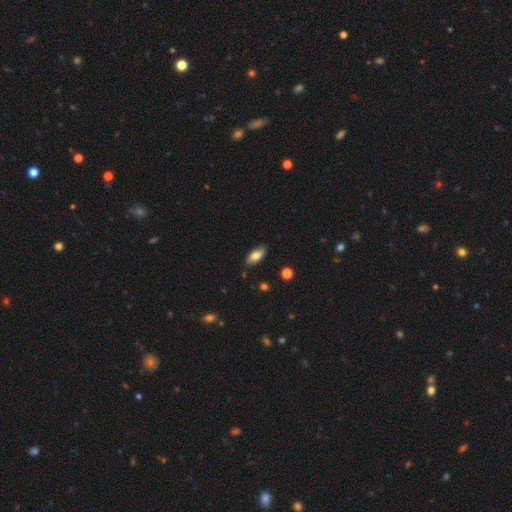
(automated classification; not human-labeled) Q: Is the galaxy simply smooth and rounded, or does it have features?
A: smooth — 78%.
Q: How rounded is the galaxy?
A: in between — 88%.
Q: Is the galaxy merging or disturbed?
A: none — 83%.